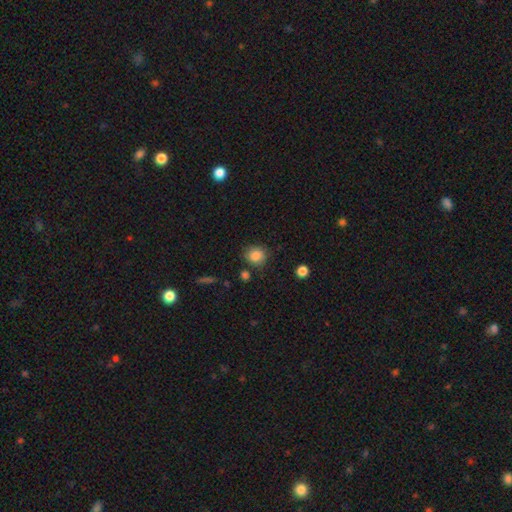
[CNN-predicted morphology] Smooth or featured: smooth — 84% (star or artifact — 10%)
How rounded: round — 80% (in between — 19%)
Merging: none — 77% (minor disturbance — 15%)